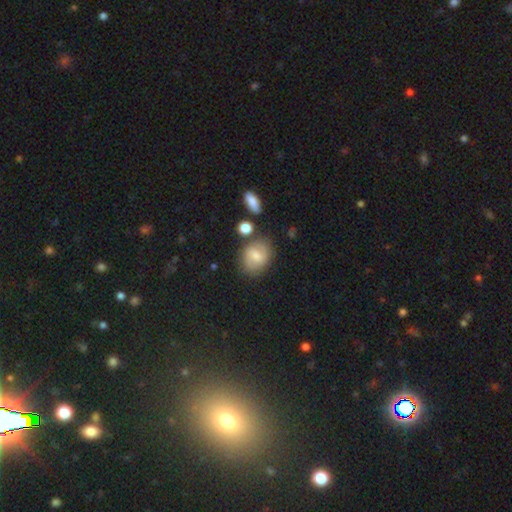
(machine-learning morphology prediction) This is possibly a smooth galaxy (48%). Merging: likely none (71%).